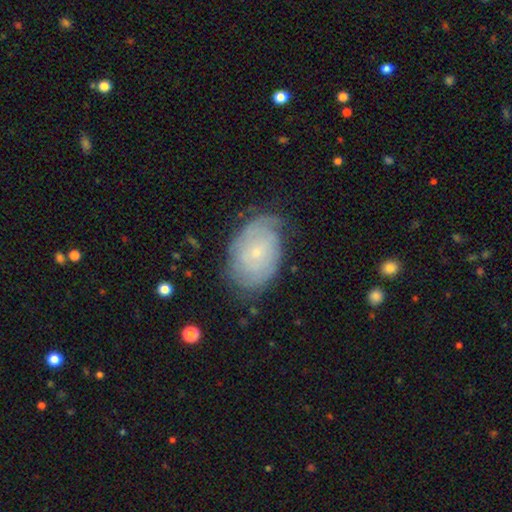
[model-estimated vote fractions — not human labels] Smooth or featured: featured or disk — 62% (smooth — 29%)
Edge-on disk: no — 96% (yes — 4%)
Bar: no — 78% (weak — 18%)
Spiral arms: yes — 84% (no — 16%)
Spiral winding: tight — 71% (medium — 21%)
Spiral arm count: can't tell — 57% (2 — 19%)
Bulge size: small — 82% (moderate — 14%)
Merging: none — 70% (minor disturbance — 21%)